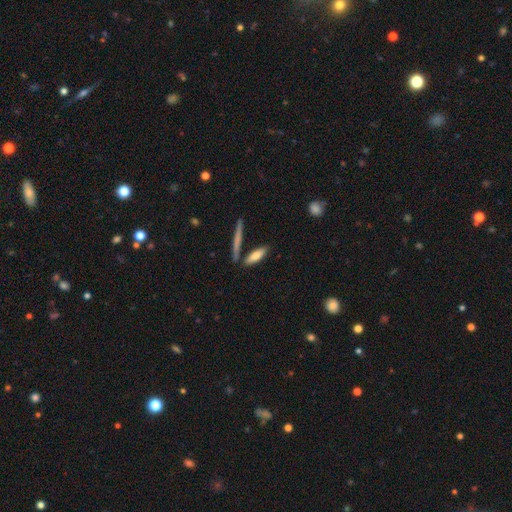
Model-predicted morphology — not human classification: smooth_or_featured: smooth (p=0.75) [alt: featured or disk p=0.19]
how_rounded: cigar-shaped (p=0.63) [alt: in between p=0.35]
merging: none (p=0.74) [alt: minor disturbance p=0.12]